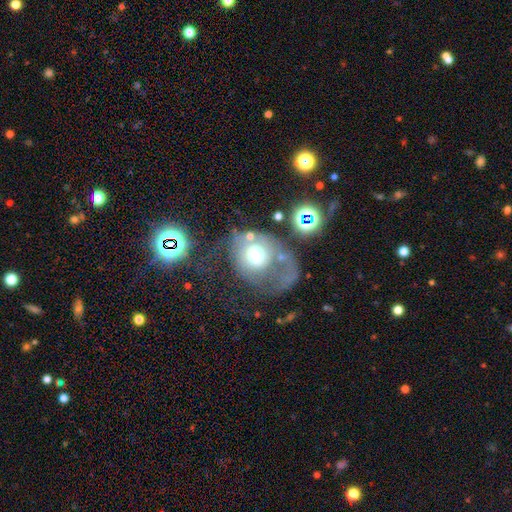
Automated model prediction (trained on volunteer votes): Morphology: type=featured or disk (44%, tied with smooth); merging=major disturbance (49%).